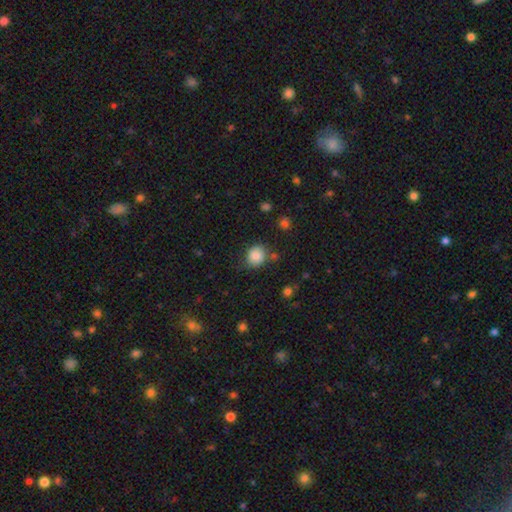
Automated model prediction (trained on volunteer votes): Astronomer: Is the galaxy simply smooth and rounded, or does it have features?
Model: smooth — 83%.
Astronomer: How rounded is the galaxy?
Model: round — 75%.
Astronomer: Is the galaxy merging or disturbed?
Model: none — 73%.